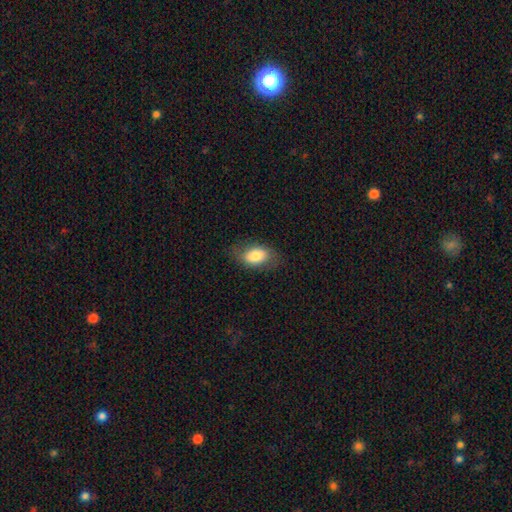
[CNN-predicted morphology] This is likely a smooth galaxy (79%). How rounded: clearly in between (89%). Merging: likely none (74%).